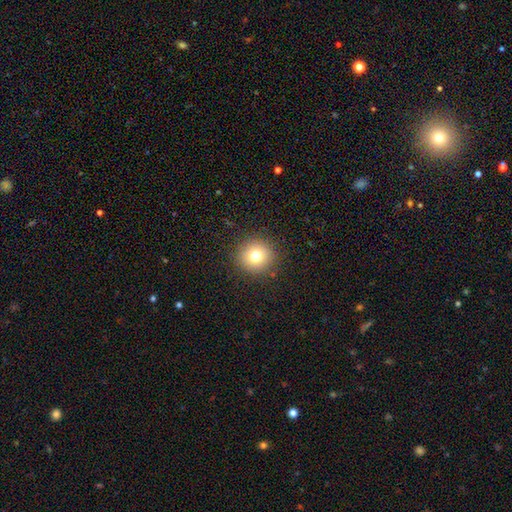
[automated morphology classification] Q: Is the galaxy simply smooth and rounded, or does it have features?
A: smooth — 76%.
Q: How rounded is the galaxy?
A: round — 94%.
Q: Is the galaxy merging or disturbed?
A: none — 90%.